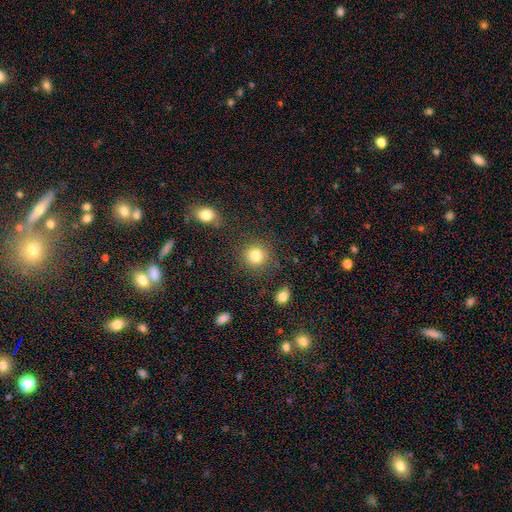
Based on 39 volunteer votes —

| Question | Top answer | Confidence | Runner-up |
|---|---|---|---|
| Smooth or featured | smooth | 90% | star or artifact (8%) |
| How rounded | round | 97% | in between (3%) |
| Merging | none | 94% | minor disturbance (3%) |